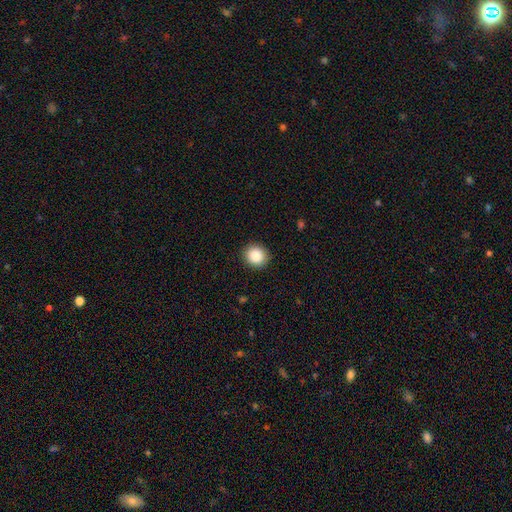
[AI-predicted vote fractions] Q: Smooth or featured?
A: smooth (88%); runner-up: star or artifact (9%)
Q: How rounded?
A: round (86%); runner-up: in between (13%)
Q: Merging?
A: none (91%); runner-up: minor disturbance (6%)